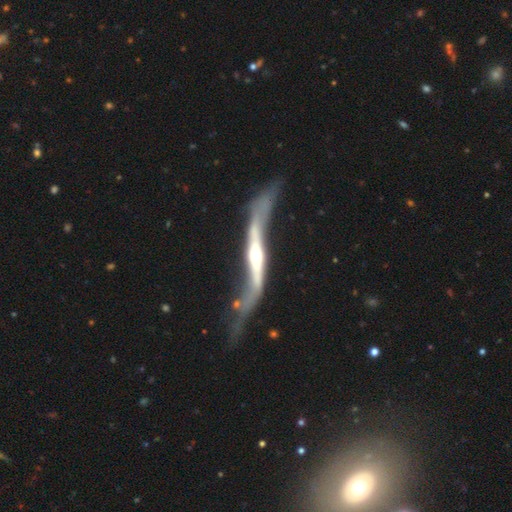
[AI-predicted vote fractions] Q: Smooth or featured?
A: featured or disk (84%); runner-up: smooth (12%)
Q: Edge-on disk?
A: yes (58%); runner-up: no (42%)
Q: Merging?
A: major disturbance (34%); runner-up: none (33%)